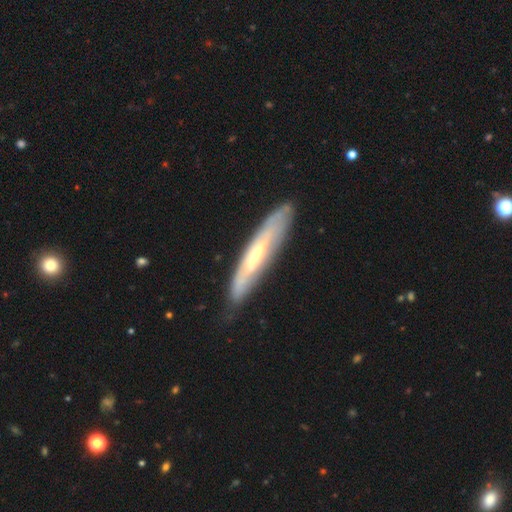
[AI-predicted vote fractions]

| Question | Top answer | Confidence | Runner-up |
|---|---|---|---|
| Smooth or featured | featured or disk | 64% | smooth (30%) |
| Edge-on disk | yes | 60% | no (40%) |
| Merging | none | 80% | minor disturbance (15%) |